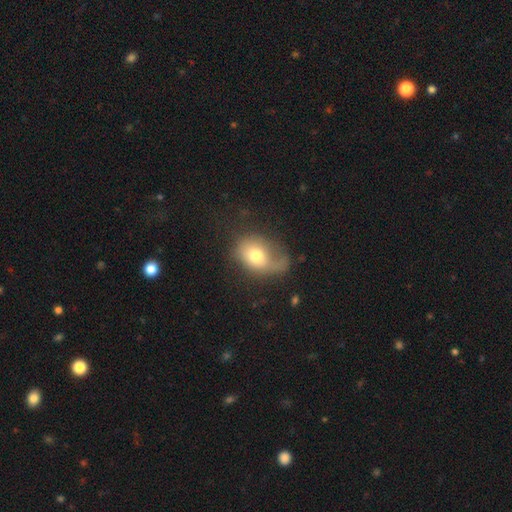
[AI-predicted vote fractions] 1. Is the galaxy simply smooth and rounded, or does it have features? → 66% smooth, 25% featured or disk, 9% star or artifact.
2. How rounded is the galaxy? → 68% in between, 30% round, 1% cigar-shaped.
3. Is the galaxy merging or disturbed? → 37% major disturbance, 31% none, 29% minor disturbance, 4% merger.